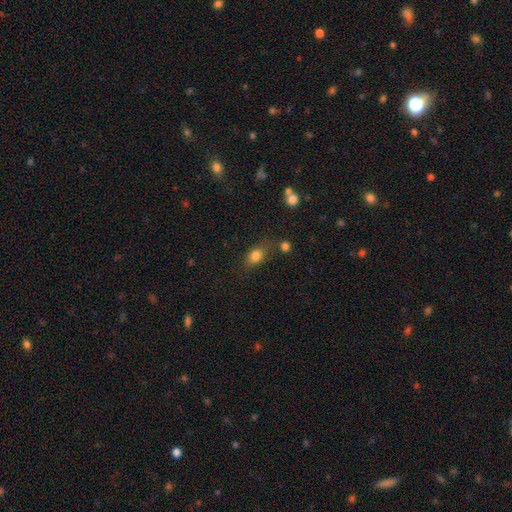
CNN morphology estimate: smooth-or-featured: smooth: 80% | star or artifact: 11% | featured or disk: 9%
  how-rounded: in between: 71% | round: 25% | cigar-shaped: 4%
  merging: none: 67% | minor disturbance: 19% | merger: 8% | major disturbance: 7%